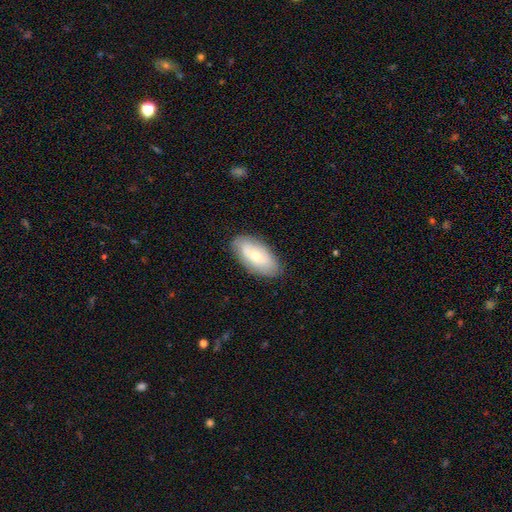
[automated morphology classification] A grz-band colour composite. It shows a smooth galaxy with no disk features (60%) that is in between round and cigar-shaped (92%). Merging: none (83%).